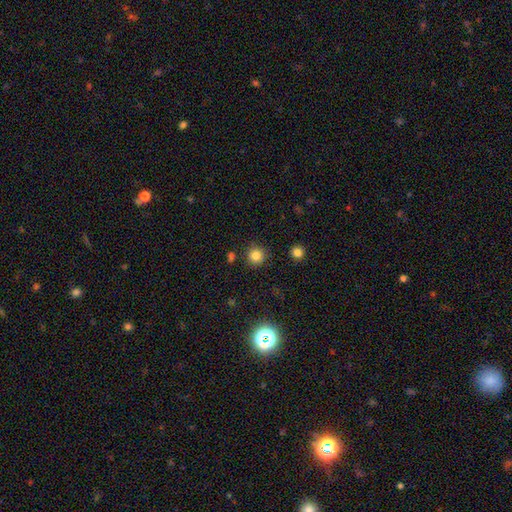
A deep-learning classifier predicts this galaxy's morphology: Smooth or featured?
  - smooth: 82% *
  - star or artifact: 13%
  - featured or disk: 5%
How rounded?
  - round: 94% *
  - in between: 5%
  - cigar-shaped: 1%
Merging?
  - none: 88% *
  - minor disturbance: 7%
  - merger: 3%
  - major disturbance: 3%